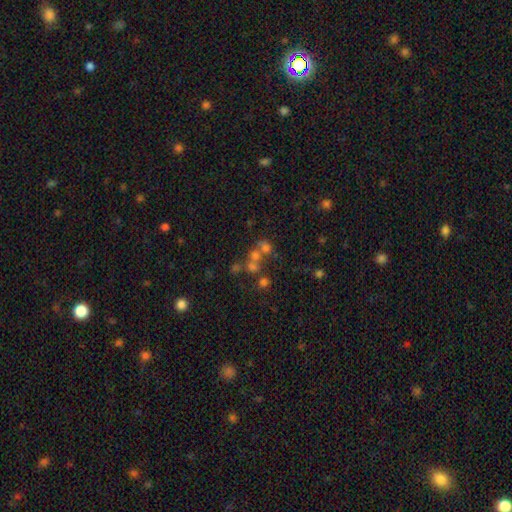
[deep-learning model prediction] smooth_or_featured: smooth (p=0.51) [alt: star or artifact p=0.28]
how_rounded: round (p=0.74) [alt: in between p=0.25]
merging: merger (p=0.45) [alt: none p=0.40]